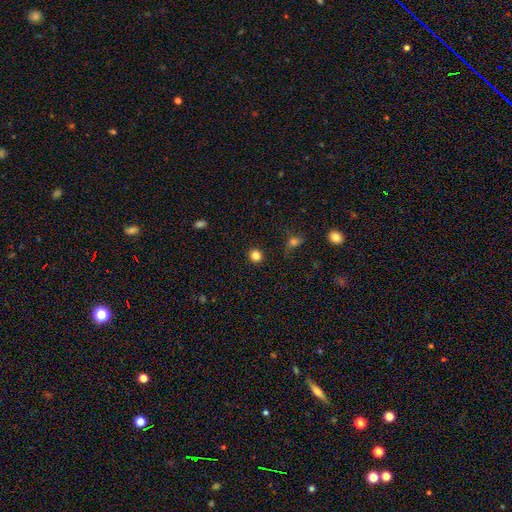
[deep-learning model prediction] This appears to be a smooth galaxy with no disk features (84%) that is round (91%). Merging: none (91%).